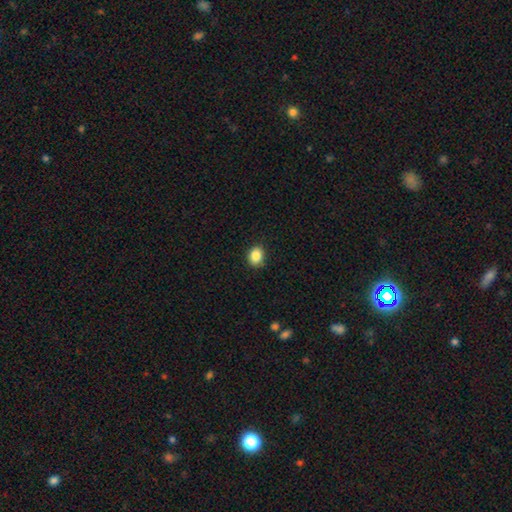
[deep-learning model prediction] The model was most divided on "how rounded": round: 52%, in between: 47%, cigar-shaped: 1%. More confident: smooth or featured — smooth (87%); merging — none (85%).